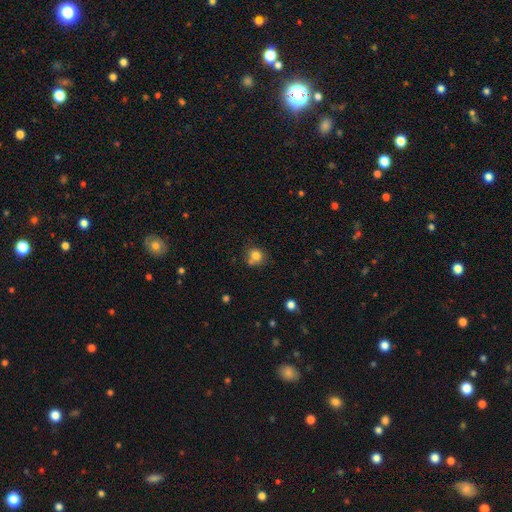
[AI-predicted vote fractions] Overall: smooth (79%). How rounded: round (83%). Merging: none (63%).